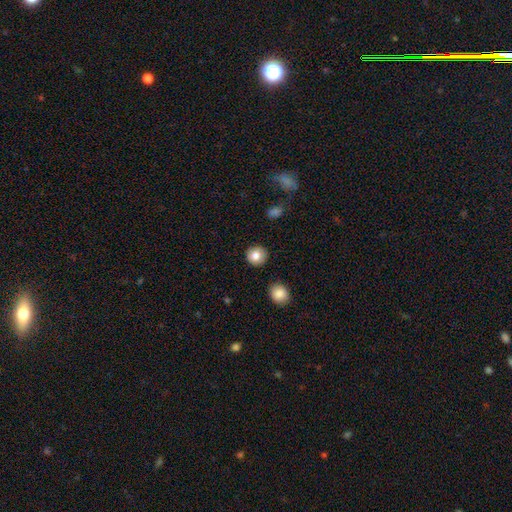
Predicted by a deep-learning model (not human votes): This appears to be a smooth galaxy with no disk features (82%) that is round (90%). Merging: none (89%).